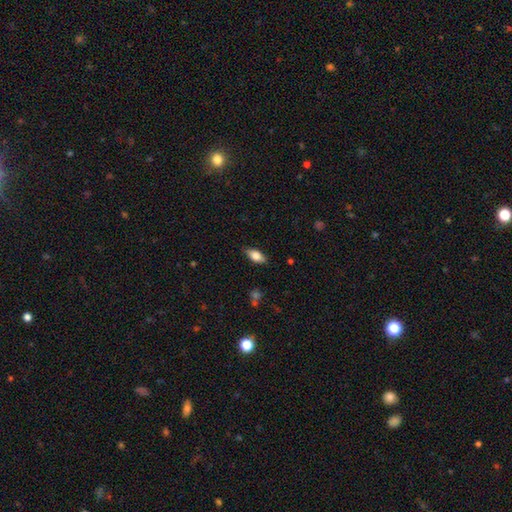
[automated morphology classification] Smooth or featured? smooth (70%)
How rounded? in between (83%)
Merging? none (83%)